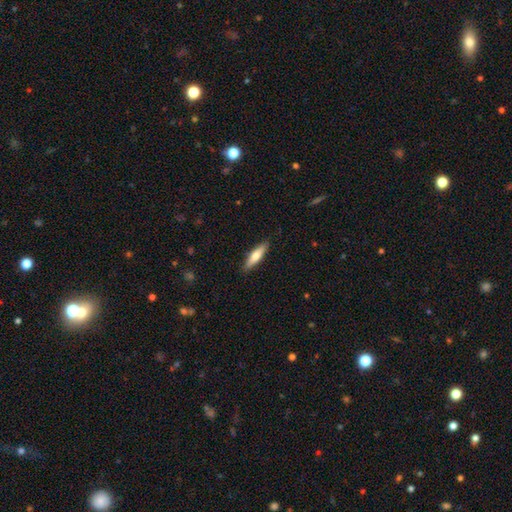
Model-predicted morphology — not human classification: This is likely a smooth galaxy (63%). How rounded: likely cigar-shaped (73%). Merging: clearly none (89%).